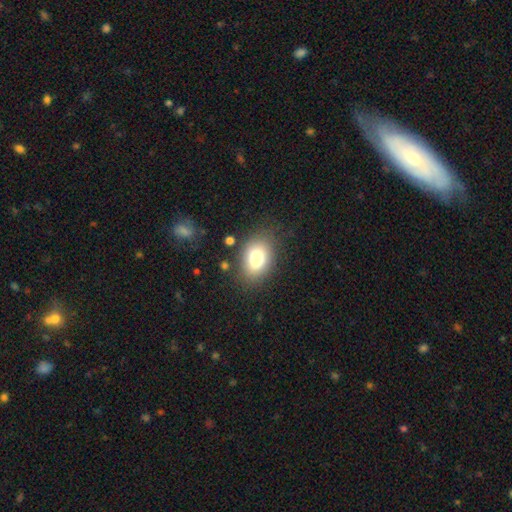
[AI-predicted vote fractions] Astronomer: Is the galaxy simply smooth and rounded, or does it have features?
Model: smooth — 78%.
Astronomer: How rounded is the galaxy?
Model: in between — 77%.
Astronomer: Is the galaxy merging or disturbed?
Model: none — 77%.